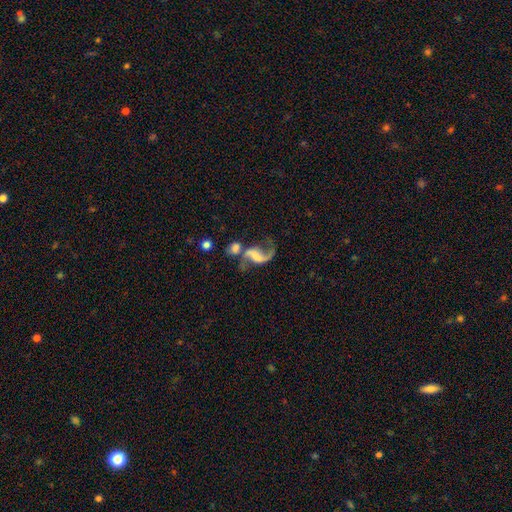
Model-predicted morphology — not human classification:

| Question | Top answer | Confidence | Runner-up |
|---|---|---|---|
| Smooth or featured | featured or disk | 79% | smooth (13%) |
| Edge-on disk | no | 97% | yes (3%) |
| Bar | weak | 40% | no (34%) |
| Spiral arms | yes | 91% | no (9%) |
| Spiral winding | loose | 81% | medium (16%) |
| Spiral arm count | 2 | 76% | 1 (19%) |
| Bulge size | none | 48% | small (22%) |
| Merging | merger | 36% | none (31%) |